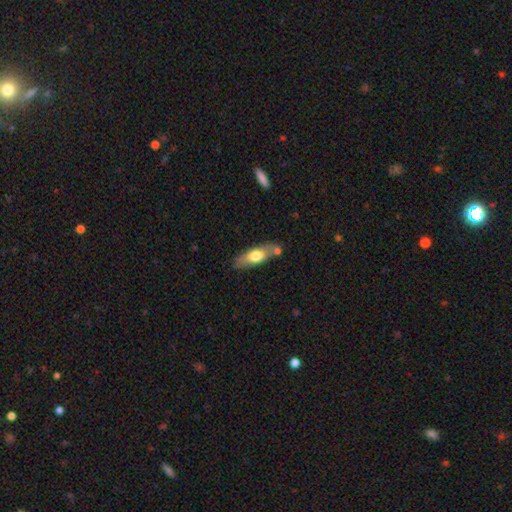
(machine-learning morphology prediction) Q: Smooth or featured?
A: smooth (61%); runner-up: featured or disk (34%)
Q: How rounded?
A: in between (62%); runner-up: cigar-shaped (35%)
Q: Merging?
A: none (72%); runner-up: minor disturbance (16%)